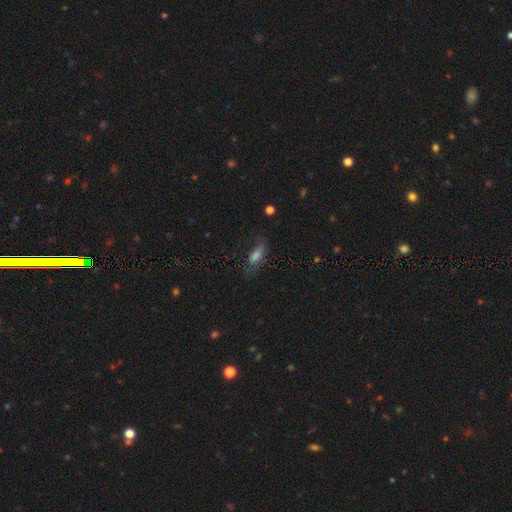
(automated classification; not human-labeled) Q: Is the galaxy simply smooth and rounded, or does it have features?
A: smooth — 49%.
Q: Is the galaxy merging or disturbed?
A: none — 54%.